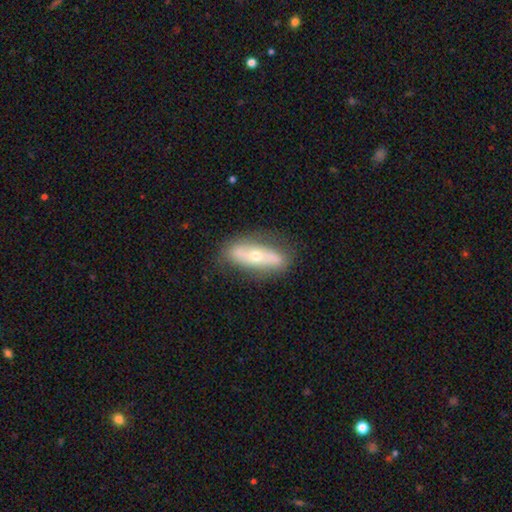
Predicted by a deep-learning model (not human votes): Smooth or featured: featured or disk — 54% (smooth — 39%)
Edge-on disk: no — 63% (yes — 37%)
Merging: none — 78% (minor disturbance — 16%)